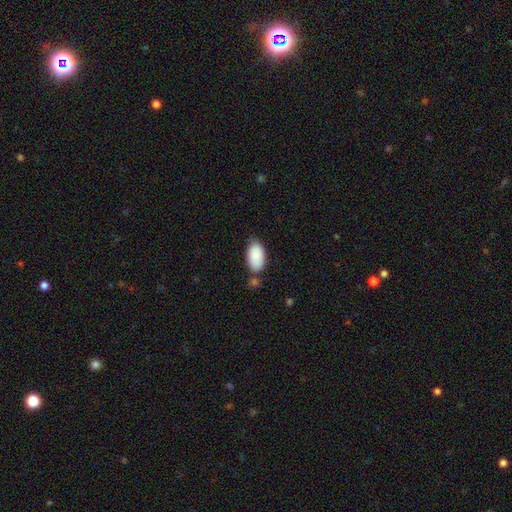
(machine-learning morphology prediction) smooth-or-featured: smooth: 86% | featured or disk: 8% | star or artifact: 6%
  how-rounded: in between: 95% | round: 3% | cigar-shaped: 2%
  merging: none: 65% | minor disturbance: 20% | merger: 11% | major disturbance: 4%